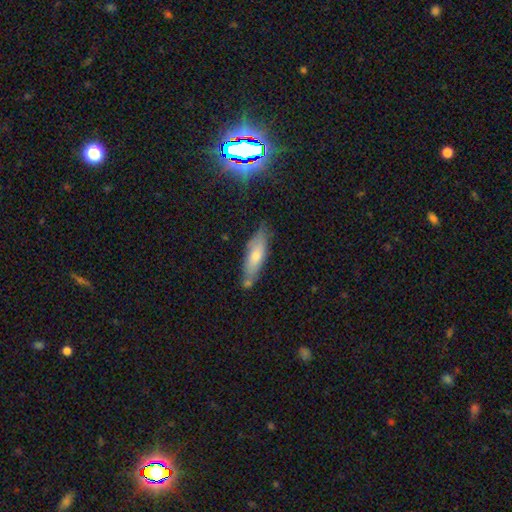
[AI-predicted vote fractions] Q: Smooth or featured?
A: smooth (60%); runner-up: featured or disk (31%)
Q: How rounded?
A: cigar-shaped (59%); runner-up: in between (39%)
Q: Merging?
A: none (70%); runner-up: minor disturbance (18%)